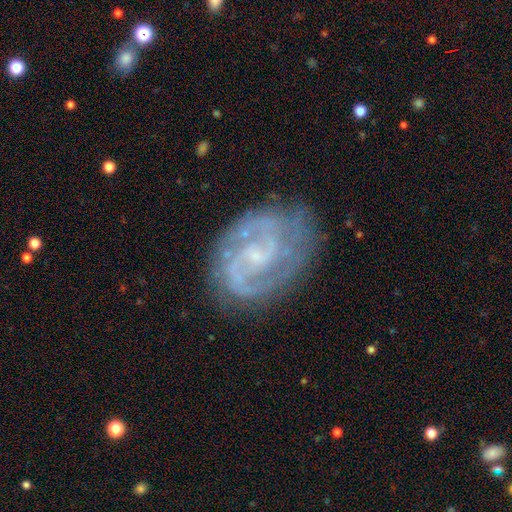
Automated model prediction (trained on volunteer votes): smooth-or-featured: featured or disk: 87% | smooth: 7% | star or artifact: 6%
  disk-edge-on: no: 98% | yes: 2%
    bar: weak: 46% | no: 44% | strong: 10%
    has-spiral-arms: yes: 95% | no: 5%
      spiral-winding: tight: 45% | medium: 44% | loose: 11%
      spiral-arm-count: 2: 71% | can't tell: 12% | 3: 8% | 1: 4% | 4: 3% | more than 4: 2%
    bulge-size: small: 68% | moderate: 16% | none: 14% | large: 1% | dominant: 1%
  merging: none: 73% | minor disturbance: 18% | major disturbance: 8% | merger: 2%